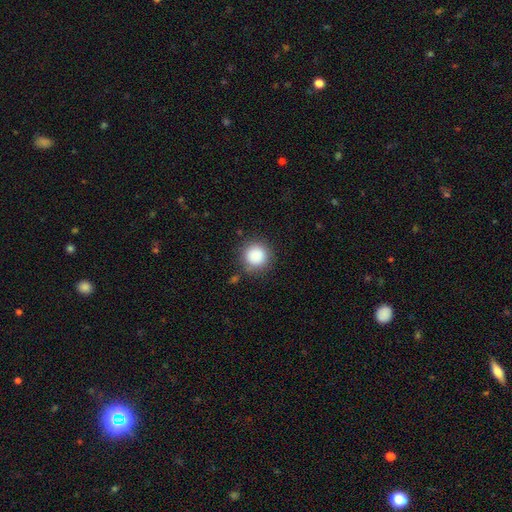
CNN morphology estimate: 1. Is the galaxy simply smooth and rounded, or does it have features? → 87% smooth, 9% star or artifact, 4% featured or disk.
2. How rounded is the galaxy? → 94% round, 5% in between, 1% cigar-shaped.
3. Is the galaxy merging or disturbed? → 85% none, 10% minor disturbance, 4% major disturbance, 2% merger.